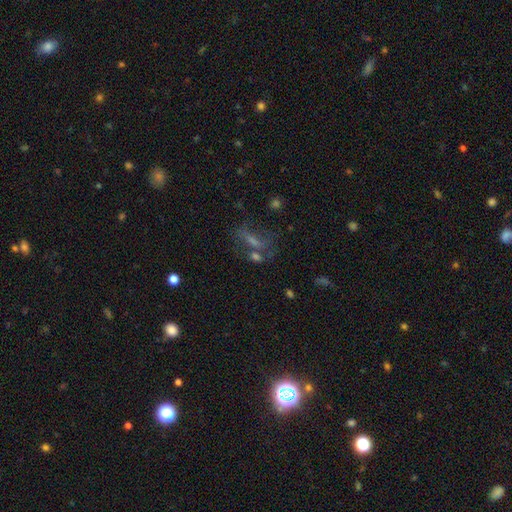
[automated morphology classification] Smooth or featured? smooth (42%)
Merging? none (44%)